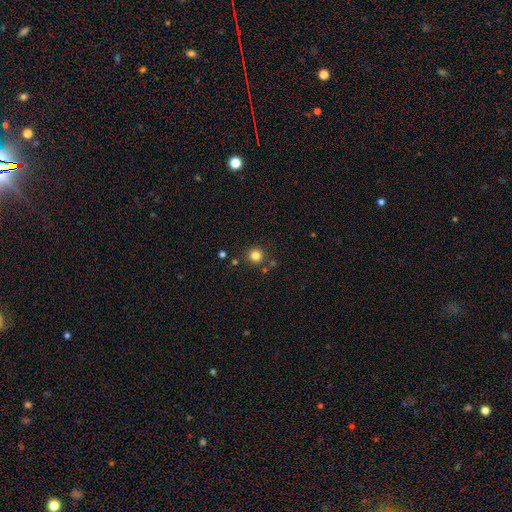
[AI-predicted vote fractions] A smooth galaxy with no disk features (82%) that is round (95%).

Vote fractions:
- Smooth or featured? smooth: 82% / star or artifact: 13% / featured or disk: 5%
- How rounded? round: 95% / in between: 4% / cigar-shaped: 1%
- Merging? none: 85% / minor disturbance: 7% / merger: 6% / major disturbance: 3%